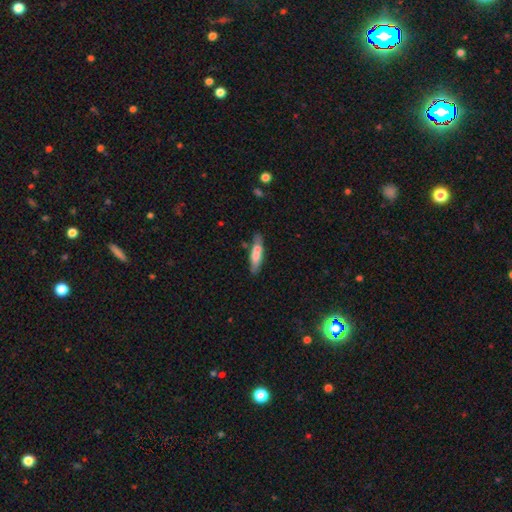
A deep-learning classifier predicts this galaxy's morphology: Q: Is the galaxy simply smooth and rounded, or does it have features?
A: smooth — 66%.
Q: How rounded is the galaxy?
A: cigar-shaped — 72%.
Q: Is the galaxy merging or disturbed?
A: none — 65%.